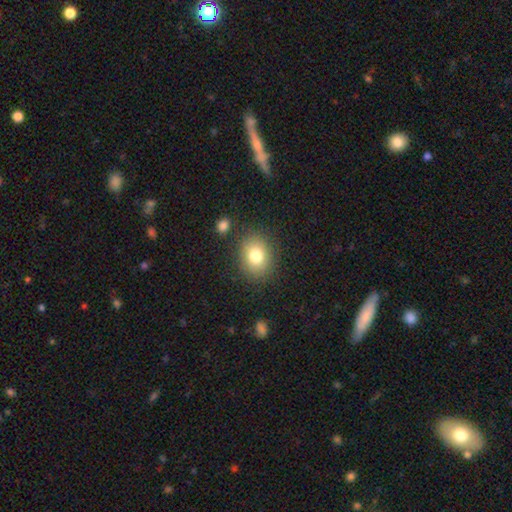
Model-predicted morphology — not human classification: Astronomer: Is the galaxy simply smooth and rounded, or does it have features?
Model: smooth — 79%.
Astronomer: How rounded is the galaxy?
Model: in between — 50% (runner-up: round, 49%).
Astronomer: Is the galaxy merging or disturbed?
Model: none — 84%.